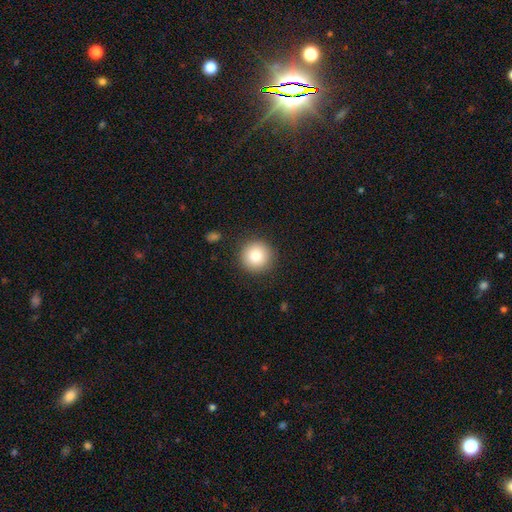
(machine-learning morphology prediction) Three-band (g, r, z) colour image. It shows a smooth galaxy with no disk features (83%) that is round (95%). Merging: none (90%).